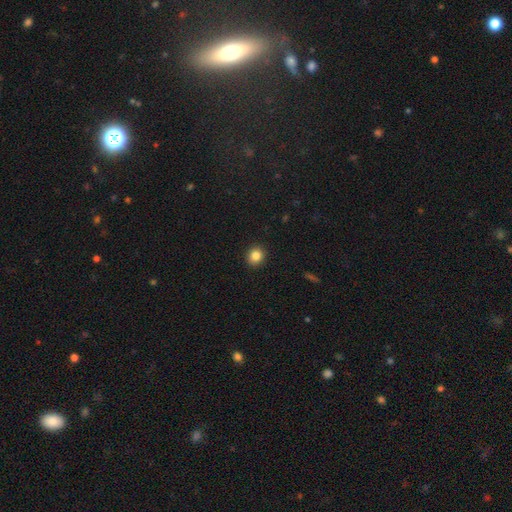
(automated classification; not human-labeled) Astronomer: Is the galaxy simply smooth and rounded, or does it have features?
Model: smooth — 85%.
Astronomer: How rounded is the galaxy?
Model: round — 81%.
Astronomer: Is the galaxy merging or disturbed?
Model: none — 92%.